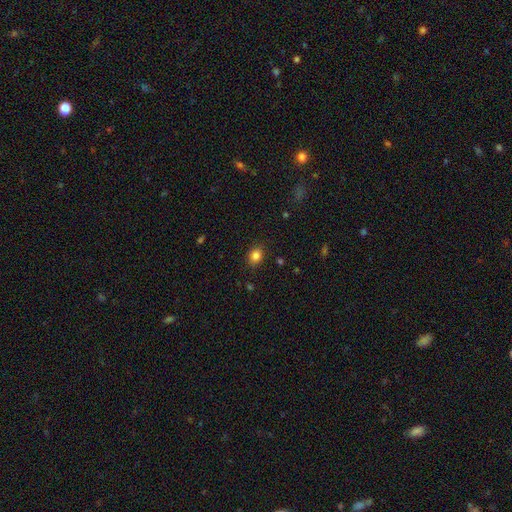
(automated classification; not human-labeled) Smooth or featured? smooth (83%)
How rounded? in between (50%)
Merging? none (86%)